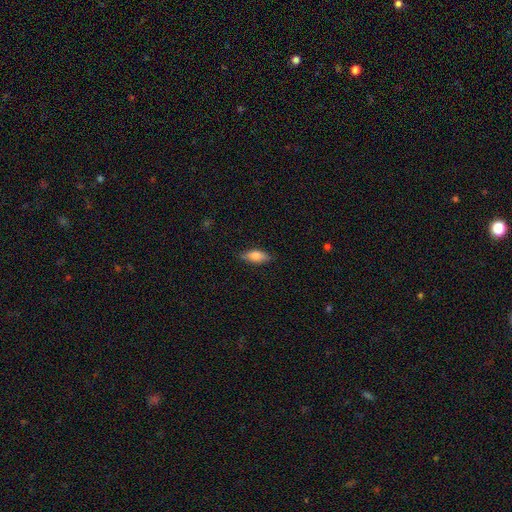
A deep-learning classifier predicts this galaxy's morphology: A smooth galaxy with no disk features (78%) that is in between round and cigar-shaped (79%).

Vote fractions:
- Smooth or featured? smooth: 78% / featured or disk: 15% / star or artifact: 7%
- How rounded? in between: 79% / cigar-shaped: 18% / round: 3%
- Merging? none: 82% / minor disturbance: 14% / major disturbance: 3% / merger: 1%